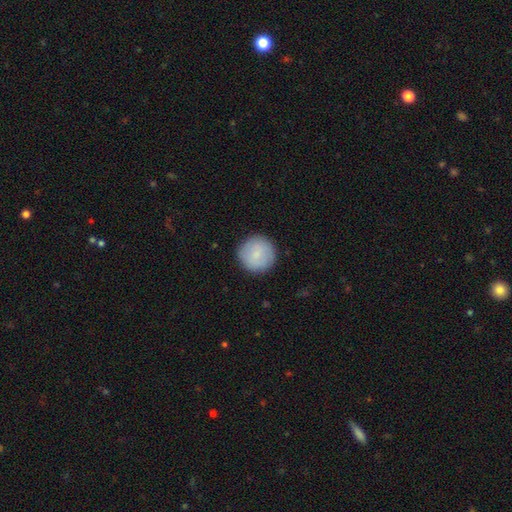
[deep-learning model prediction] A smooth galaxy with no disk features (84%) that is round (96%). Merging: none (90%).